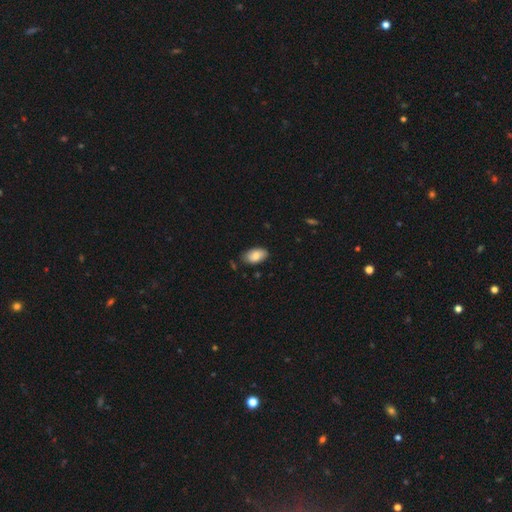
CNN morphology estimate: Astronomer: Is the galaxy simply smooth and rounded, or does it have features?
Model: smooth — 80%.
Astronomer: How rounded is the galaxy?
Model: in between — 95%.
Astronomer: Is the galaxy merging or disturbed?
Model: none — 79%.